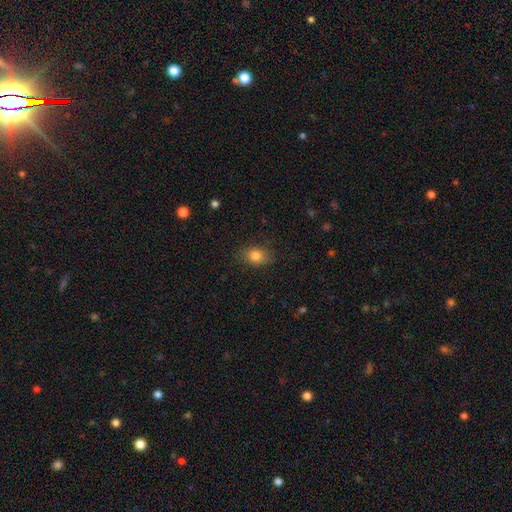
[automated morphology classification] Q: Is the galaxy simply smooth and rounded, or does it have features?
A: smooth — 81%.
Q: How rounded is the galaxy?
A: in between — 69%.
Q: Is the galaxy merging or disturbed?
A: none — 85%.